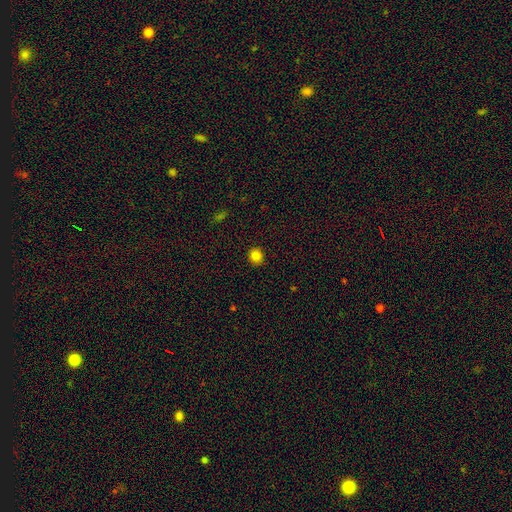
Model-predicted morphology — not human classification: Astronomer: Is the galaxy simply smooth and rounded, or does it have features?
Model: smooth — 83%.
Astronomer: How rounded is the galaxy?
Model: round — 87%.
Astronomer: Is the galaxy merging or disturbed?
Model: none — 92%.